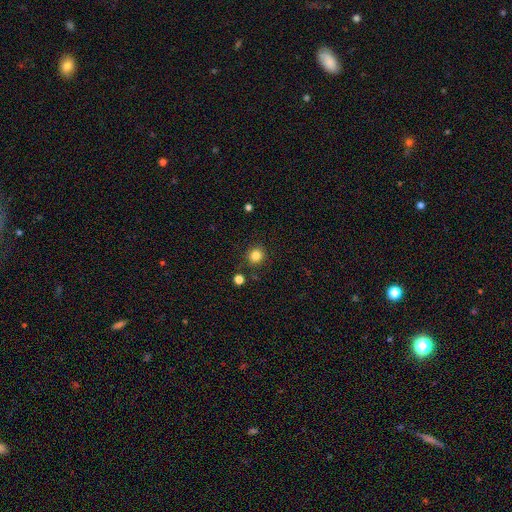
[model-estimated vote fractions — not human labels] Smooth or featured?
  - smooth: 83% *
  - star or artifact: 12%
  - featured or disk: 5%
How rounded?
  - round: 89% *
  - in between: 10%
  - cigar-shaped: 1%
Merging?
  - none: 86% *
  - minor disturbance: 8%
  - merger: 3%
  - major disturbance: 2%